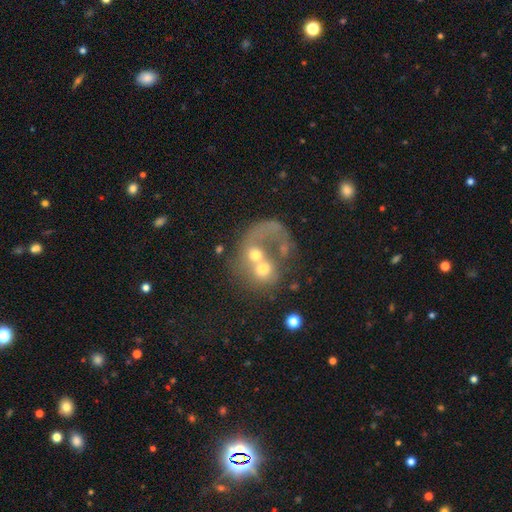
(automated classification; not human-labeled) A featured or disk galaxy (58%) with no bar (82%), no spiral arms (52%) and a moderate central bulge (44%). Merging: merger (60%).